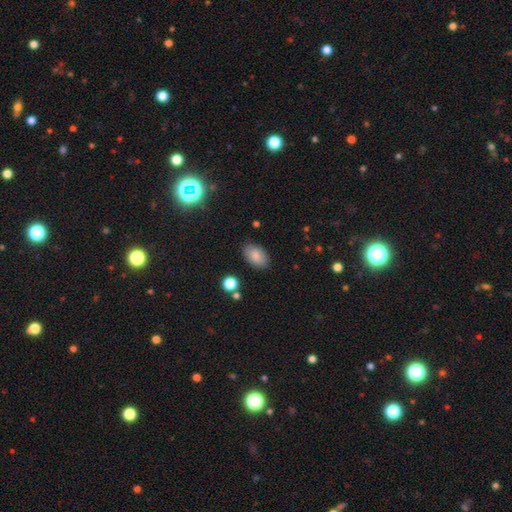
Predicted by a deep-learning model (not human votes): This is clearly a smooth galaxy (85%). How rounded: clearly in between (91%). Merging: clearly none (84%).